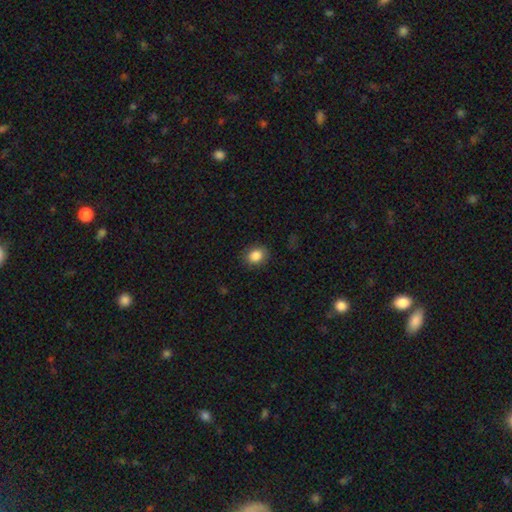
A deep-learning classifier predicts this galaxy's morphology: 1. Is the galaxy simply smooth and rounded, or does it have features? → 86% smooth, 9% star or artifact, 5% featured or disk.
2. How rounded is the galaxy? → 54% round, 45% in between, 1% cigar-shaped.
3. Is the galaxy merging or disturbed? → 85% none, 11% minor disturbance, 3% major disturbance, 1% merger.